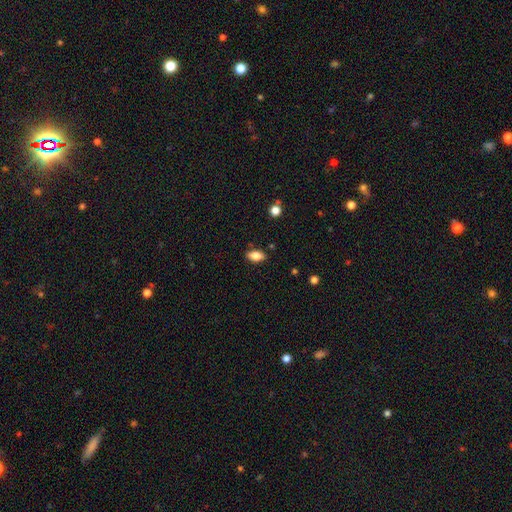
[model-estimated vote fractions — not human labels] A smooth galaxy with no disk features (82%) that is in between round and cigar-shaped (89%). Merging: none (86%).